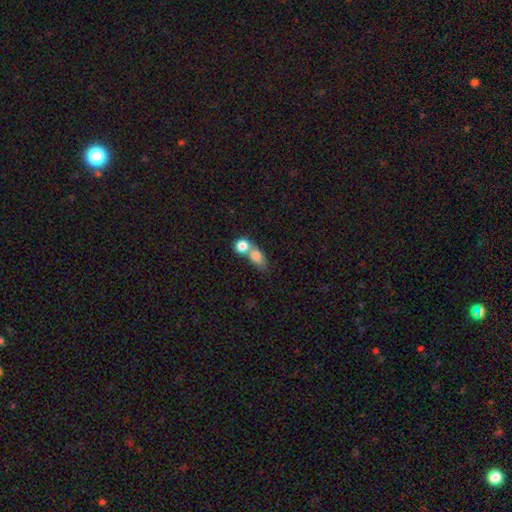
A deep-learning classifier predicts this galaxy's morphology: smooth_or_featured: smooth (p=0.78) [alt: featured or disk p=0.14]
how_rounded: in between (p=0.51) [alt: round p=0.46]
merging: merger (p=0.69) [alt: none p=0.21]